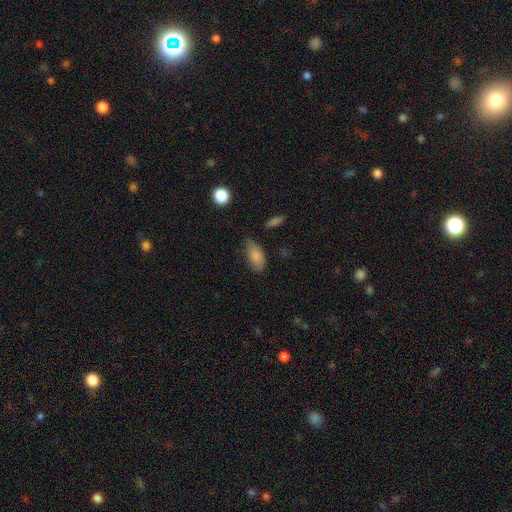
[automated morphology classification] smooth 85%, star or artifact 8%, featured or disk 7%. Down the decision tree: how rounded — in between (91%); merging — none (68%).